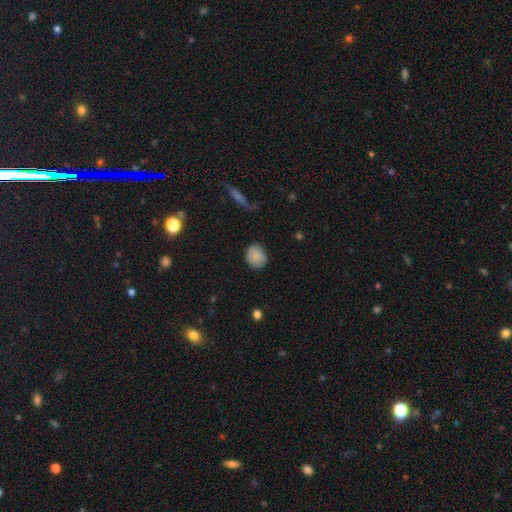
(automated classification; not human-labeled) Smooth or featured? Predicted: smooth (p=0.83). How rounded? Predicted: round (p=0.75). Merging? Predicted: none (p=0.79).